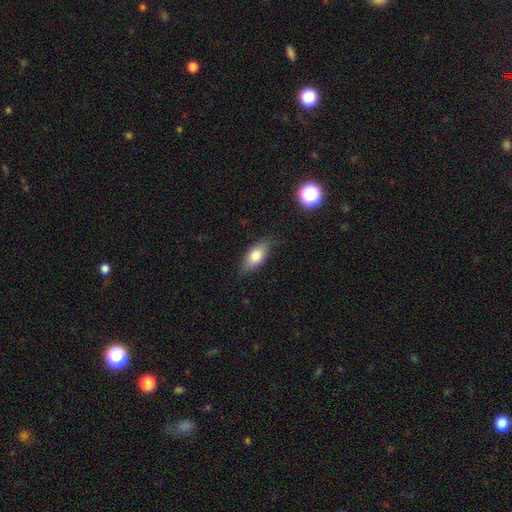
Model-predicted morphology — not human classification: smooth 75%, featured or disk 18%, star or artifact 7%. Down the decision tree: how rounded — in between (84%); merging — none (80%).